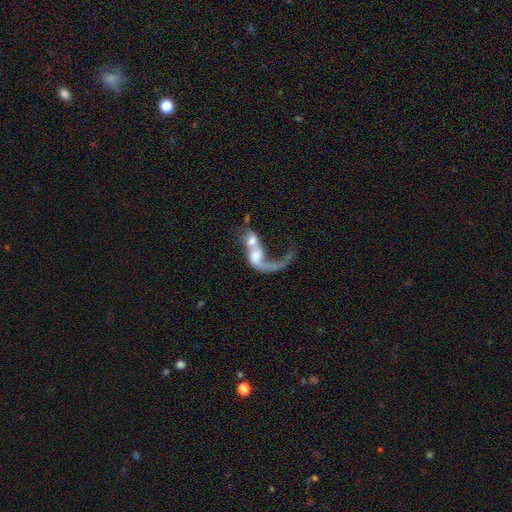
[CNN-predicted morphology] This is likely a featured or disk galaxy (65%). It is clearly not viewed edge-on (94%). Bar: likely no (63%). Spiral arm pattern: likely yes (69%). Central bulge: marginally moderate (41%). Merging: likely merger (69%).